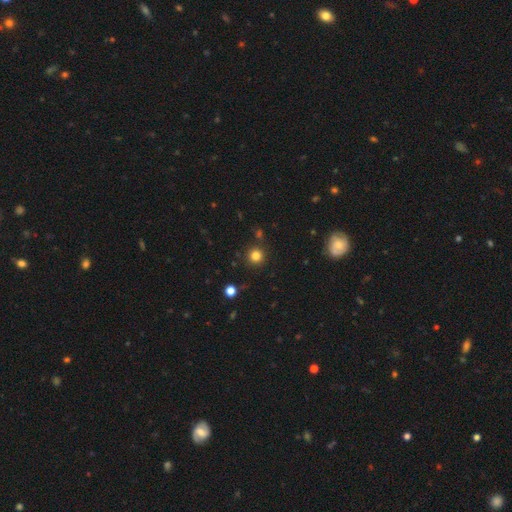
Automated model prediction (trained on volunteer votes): This is clearly a smooth galaxy (81%). How rounded: clearly round (95%). Merging: clearly none (89%).